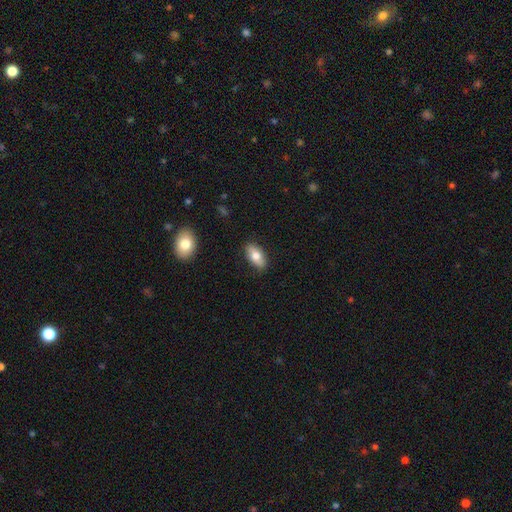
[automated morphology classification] A smooth galaxy with no disk features (74%) that is in between round and cigar-shaped (88%). Merging: none (87%).